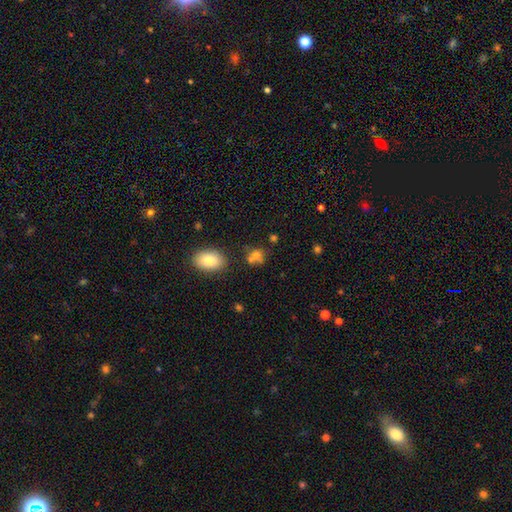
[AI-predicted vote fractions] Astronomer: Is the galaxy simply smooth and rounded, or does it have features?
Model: smooth — 75%.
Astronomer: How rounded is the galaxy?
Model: round — 65%.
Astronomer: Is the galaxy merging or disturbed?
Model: none — 50% (runner-up: merger, 32%).